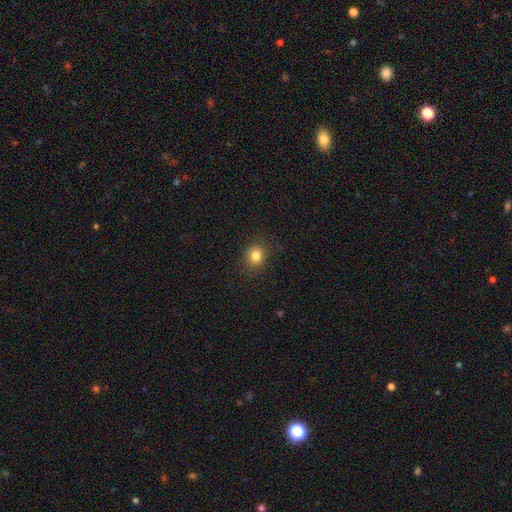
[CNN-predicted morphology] Overall: smooth (82%). How rounded: round (75%). Merging: none (86%).